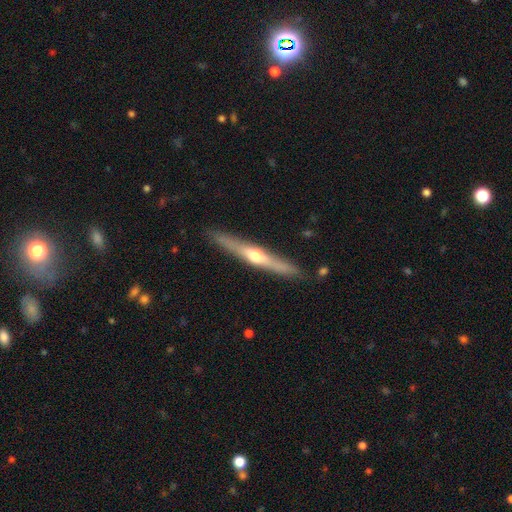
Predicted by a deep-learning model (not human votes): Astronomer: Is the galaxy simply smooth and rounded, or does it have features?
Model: featured or disk — 66%.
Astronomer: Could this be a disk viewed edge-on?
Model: yes — 96%.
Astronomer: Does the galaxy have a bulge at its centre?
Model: rounded — 89%.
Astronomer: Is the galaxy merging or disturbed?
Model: none — 89%.